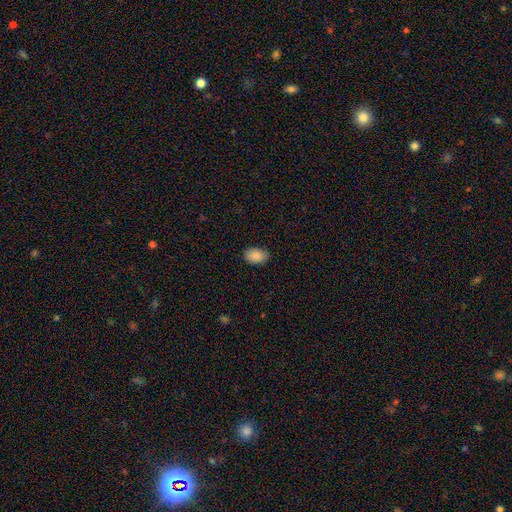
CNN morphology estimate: The model was most divided on "merging": none: 82%, minor disturbance: 14%, major disturbance: 3%, merger: 1%. More confident: smooth or featured — smooth (89%); how rounded — in between (86%).